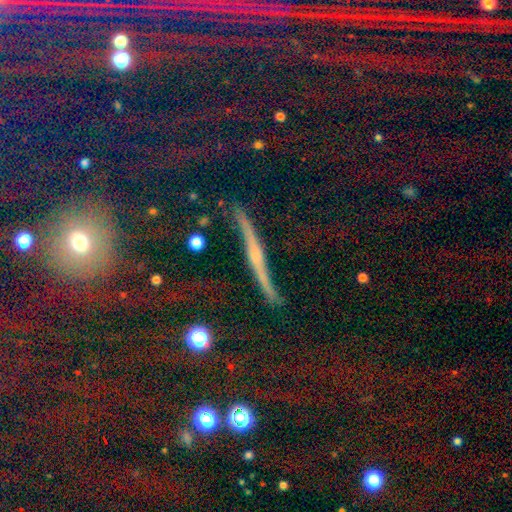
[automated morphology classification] smooth_or_featured: featured or disk (p=0.69) [alt: smooth p=0.16]
disk_edge_on: yes (p=0.88) [alt: no p=0.12]
edge_on_bulge: rounded (p=0.61) [alt: none p=0.29]
merging: none (p=0.78) [alt: minor disturbance p=0.14]